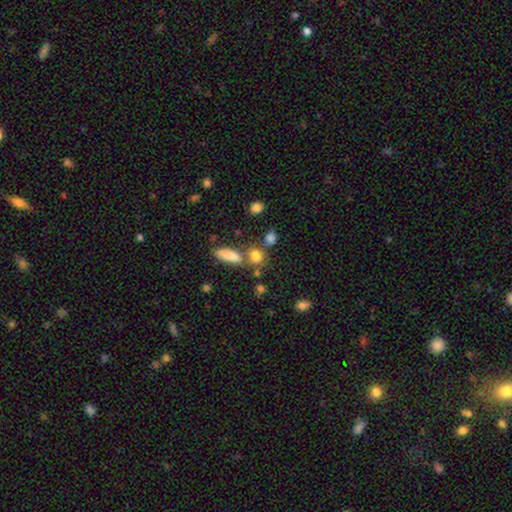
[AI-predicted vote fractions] Overall: smooth (79%). How rounded: round (65%; in between 28%). Merging: none (61%; merger 22%).